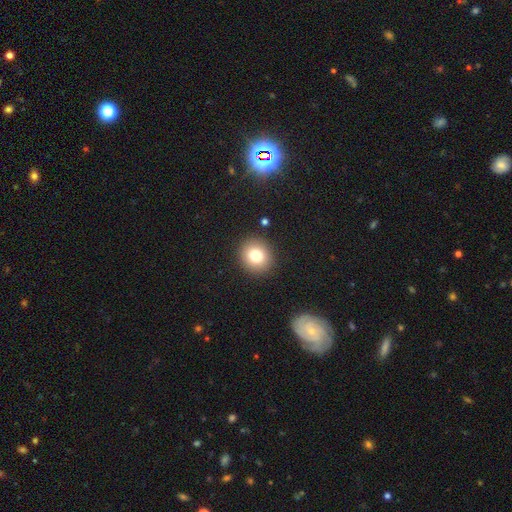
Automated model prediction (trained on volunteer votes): smooth-or-featured: smooth: 78% | star or artifact: 12% | featured or disk: 11%
  how-rounded: round: 84% | in between: 15% | cigar-shaped: 1%
  merging: none: 90% | minor disturbance: 6% | major disturbance: 2% | merger: 1%